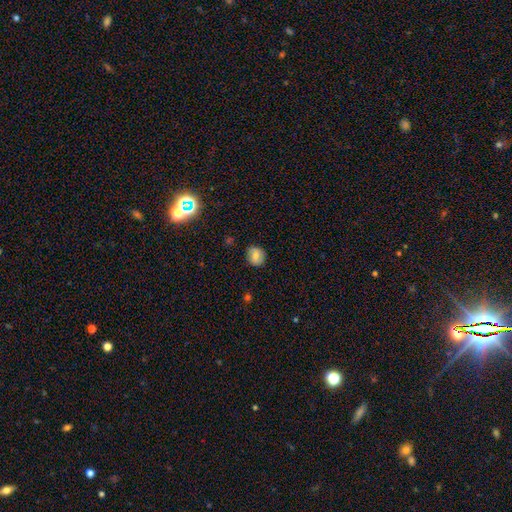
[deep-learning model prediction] smooth 66%, featured or disk 23%, star or artifact 11%. Down the decision tree: how rounded — round (81%); merging — none (83%).